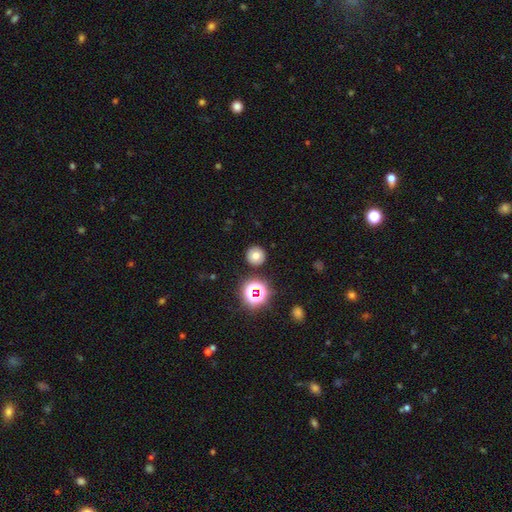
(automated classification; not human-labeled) smooth-or-featured: smooth: 70% | star or artifact: 19% | featured or disk: 11%
  how-rounded: round: 94% | in between: 5% | cigar-shaped: 1%
  merging: none: 90% | minor disturbance: 6% | major disturbance: 2% | merger: 2%